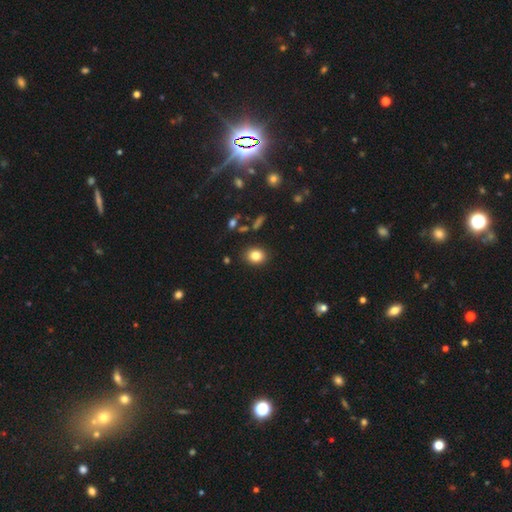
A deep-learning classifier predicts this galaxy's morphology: A smooth galaxy with no disk features (82%) that is round (55%). Merging: none (87%).